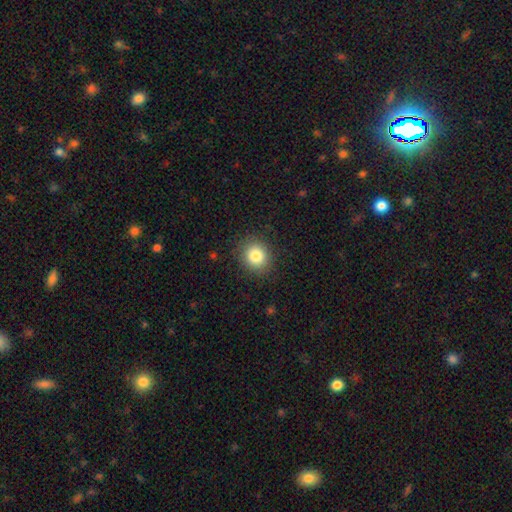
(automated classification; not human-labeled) Smooth or featured: smooth — 83% (star or artifact — 10%)
How rounded: round — 79% (in between — 20%)
Merging: none — 88% (minor disturbance — 8%)